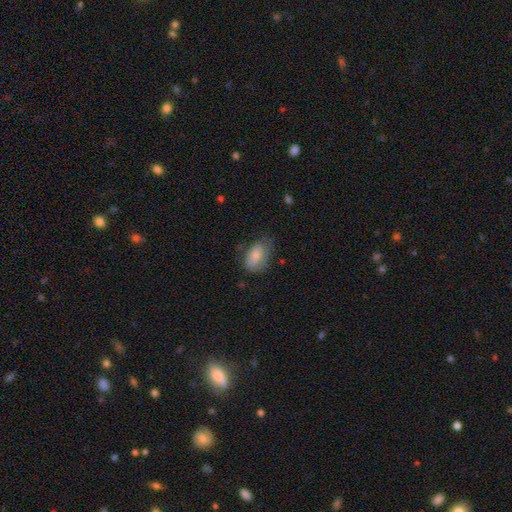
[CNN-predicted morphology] smooth_or_featured: smooth (p=0.71) [alt: featured or disk p=0.22]
how_rounded: in between (p=0.88) [alt: round p=0.11]
merging: none (p=0.53) [alt: minor disturbance p=0.33]